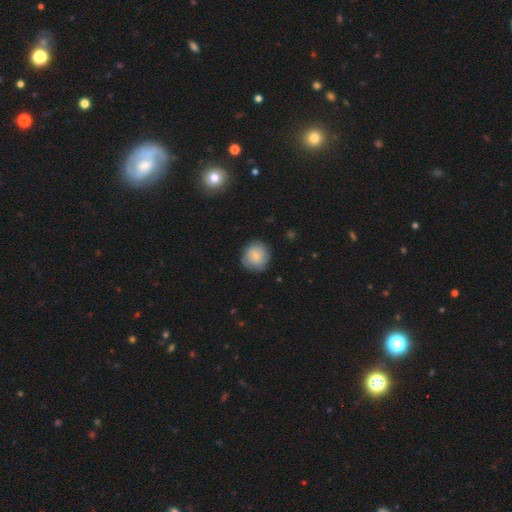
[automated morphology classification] type=smooth (70%); roundness=round (88%); merging=none (79%).